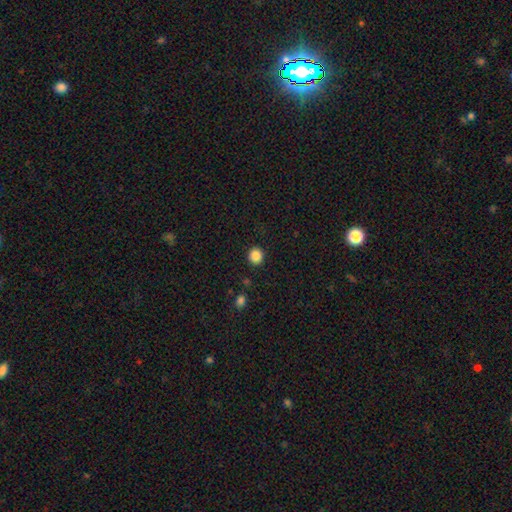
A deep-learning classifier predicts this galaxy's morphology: This is clearly a smooth galaxy (86%). How rounded: clearly round (88%). Merging: clearly none (91%).